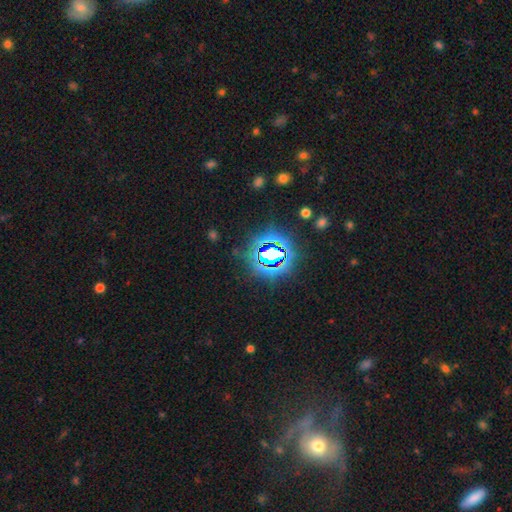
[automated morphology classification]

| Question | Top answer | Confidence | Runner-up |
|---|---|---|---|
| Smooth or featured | star or artifact | 77% | smooth (14%) |